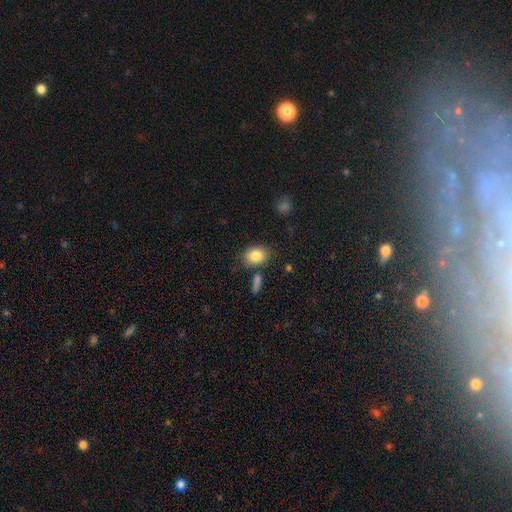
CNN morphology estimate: smooth 85%, star or artifact 8%, featured or disk 8%. Down the decision tree: how rounded — in between (67%); merging — none (75%).